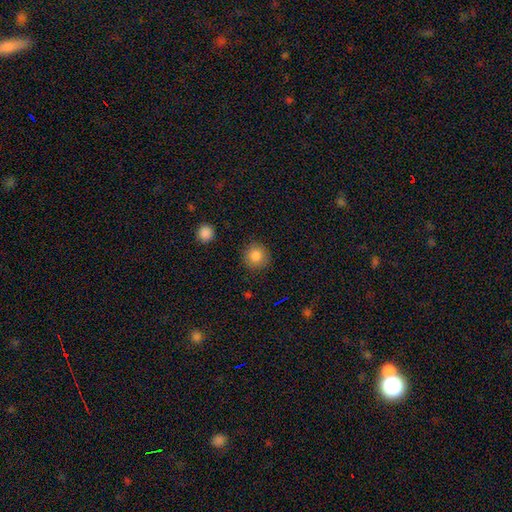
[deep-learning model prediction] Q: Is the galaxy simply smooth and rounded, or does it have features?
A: smooth — 84%.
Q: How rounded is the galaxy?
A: round — 93%.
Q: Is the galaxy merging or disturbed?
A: none — 88%.